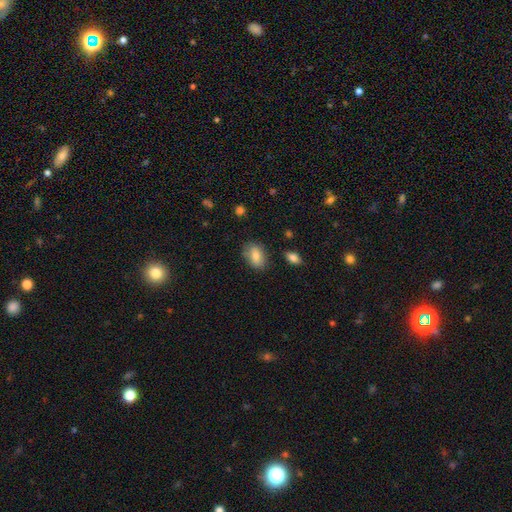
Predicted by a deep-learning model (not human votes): A smooth galaxy with no disk features (80%) that is in between round and cigar-shaped (84%).

Vote fractions:
- Smooth or featured? smooth: 80% / featured or disk: 12% / star or artifact: 8%
- How rounded? in between: 84% / round: 14% / cigar-shaped: 2%
- Merging? none: 80% / minor disturbance: 14% / major disturbance: 3% / merger: 2%